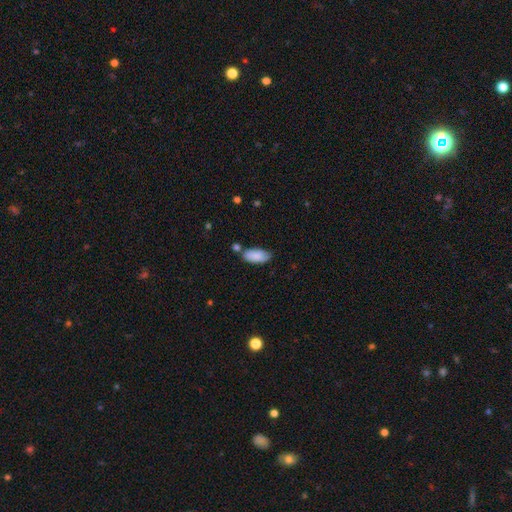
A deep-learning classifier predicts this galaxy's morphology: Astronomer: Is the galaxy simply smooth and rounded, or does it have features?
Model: smooth — 85%.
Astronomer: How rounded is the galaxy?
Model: in between — 89%.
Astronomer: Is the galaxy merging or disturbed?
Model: none — 57%.